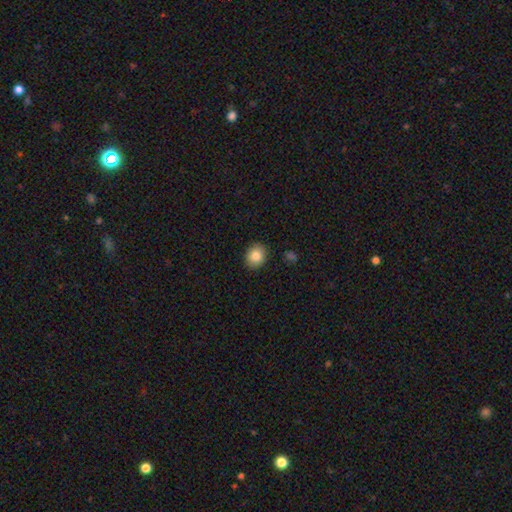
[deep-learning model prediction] This is clearly a smooth galaxy (86%). How rounded: likely round (61%). Merging: clearly none (88%).